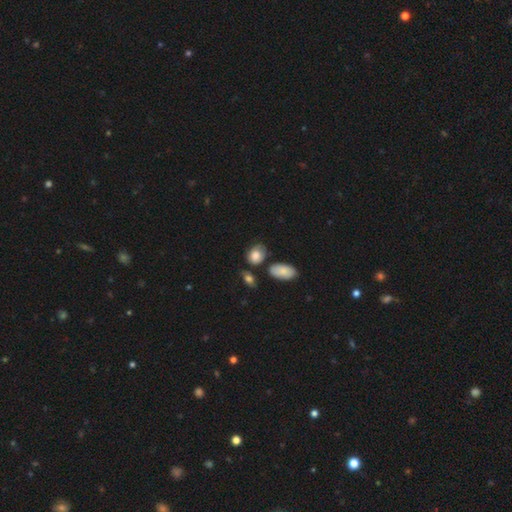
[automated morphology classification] smooth-or-featured: smooth: 78% | featured or disk: 14% | star or artifact: 8%
  how-rounded: in between: 58% | round: 40% | cigar-shaped: 2%
  merging: none: 55% | minor disturbance: 26% | merger: 10% | major disturbance: 9%